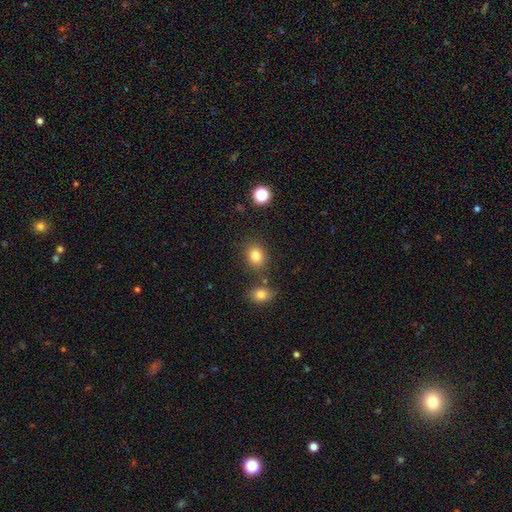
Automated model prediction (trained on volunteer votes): A smooth galaxy with no disk features (83%) that is round (61%).

Vote fractions:
- Smooth or featured? smooth: 83% / star or artifact: 11% / featured or disk: 6%
- How rounded? round: 61% / in between: 38% / cigar-shaped: 1%
- Merging? none: 77% / minor disturbance: 11% / merger: 8% / major disturbance: 3%